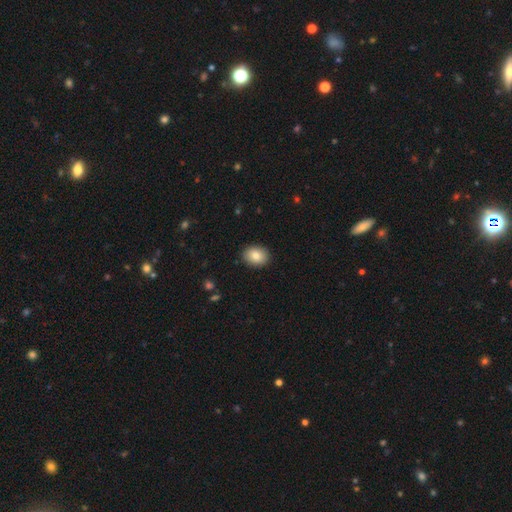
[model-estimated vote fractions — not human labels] Smooth or featured? smooth (84%)
How rounded? in between (63%)
Merging? none (90%)